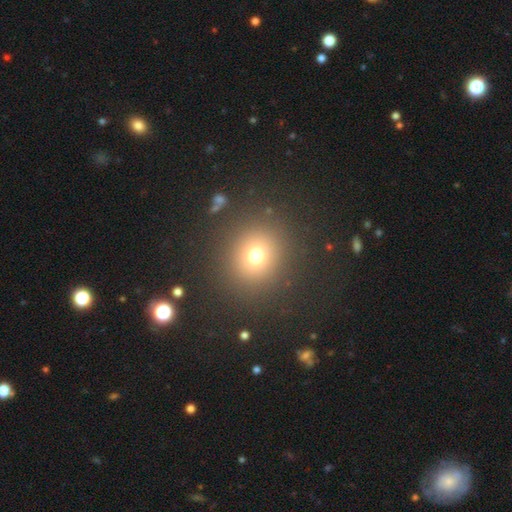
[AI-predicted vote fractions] This appears to be a smooth galaxy with no disk features (72%) that is round (84%). Merging: none (88%).